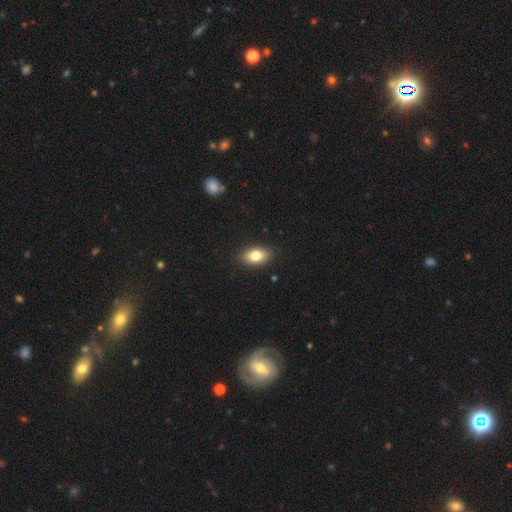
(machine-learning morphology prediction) Q: Smooth or featured?
A: smooth (81%); runner-up: featured or disk (11%)
Q: How rounded?
A: in between (89%); runner-up: round (8%)
Q: Merging?
A: none (89%); runner-up: minor disturbance (8%)